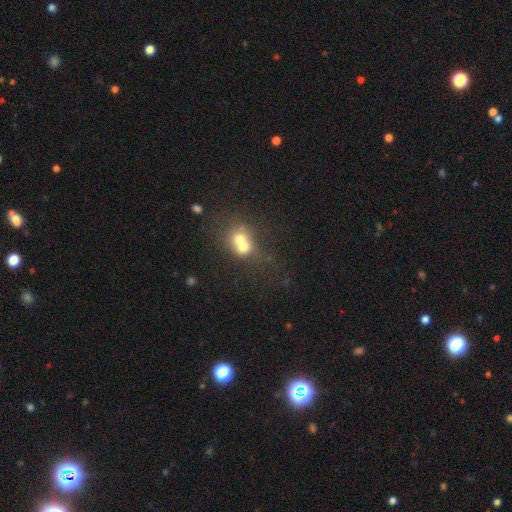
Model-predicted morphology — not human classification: The model was most divided on "how rounded": round: 52%, in between: 45%, cigar-shaped: 4%. More confident: merging — none (63%); smooth or featured — smooth (51%).